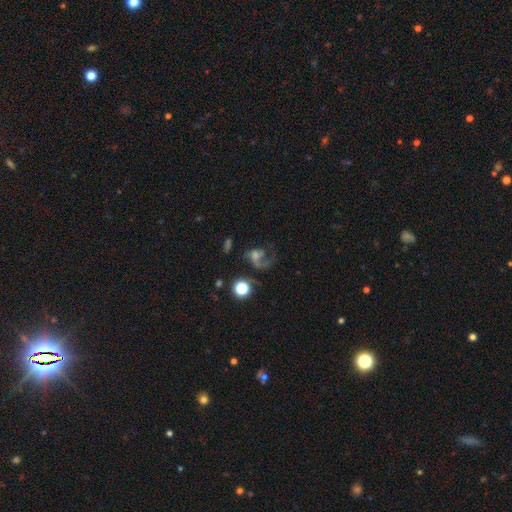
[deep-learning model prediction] This appears to be a featured or disk galaxy (59%) with no bar (71%), spiral arms (77%) and a small central bulge (32%, tied with moderate). Merging: major disturbance (45%).